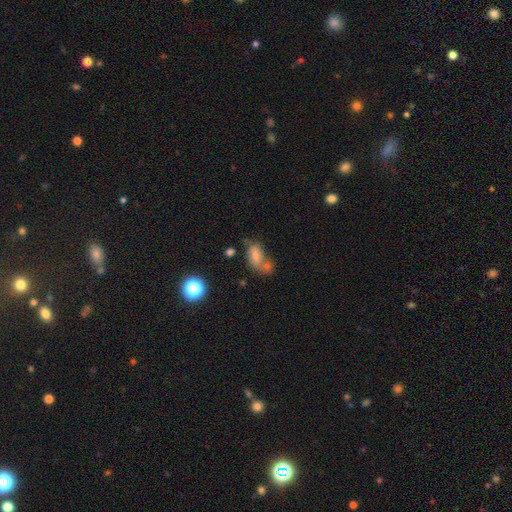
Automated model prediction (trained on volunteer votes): Smooth or featured?
  - smooth: 68% *
  - featured or disk: 19%
  - star or artifact: 13%
How rounded?
  - in between: 87% *
  - round: 9%
  - cigar-shaped: 4%
Merging?
  - merger: 38% *
  - none: 35%
  - minor disturbance: 17%
  - major disturbance: 10%